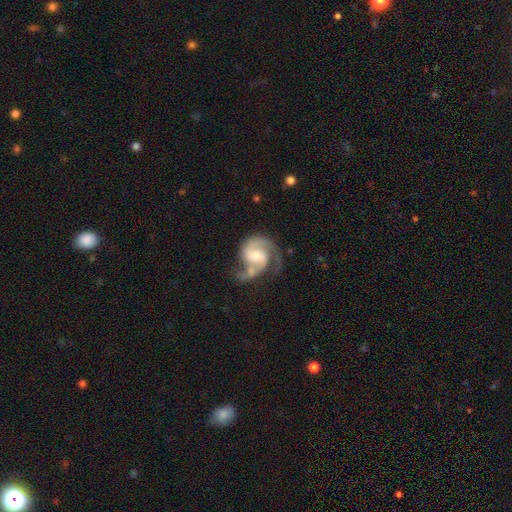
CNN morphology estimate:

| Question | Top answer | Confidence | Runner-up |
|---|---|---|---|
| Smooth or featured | featured or disk | 89% | smooth (6%) |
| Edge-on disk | no | 98% | yes (2%) |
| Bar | no | 46% | weak (43%) |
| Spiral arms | yes | 98% | no (2%) |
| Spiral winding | medium | 56% | tight (28%) |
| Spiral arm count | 2 | 86% | 1 (5%) |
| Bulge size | moderate | 51% | small (29%) |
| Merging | none | 54% | minor disturbance (22%) |